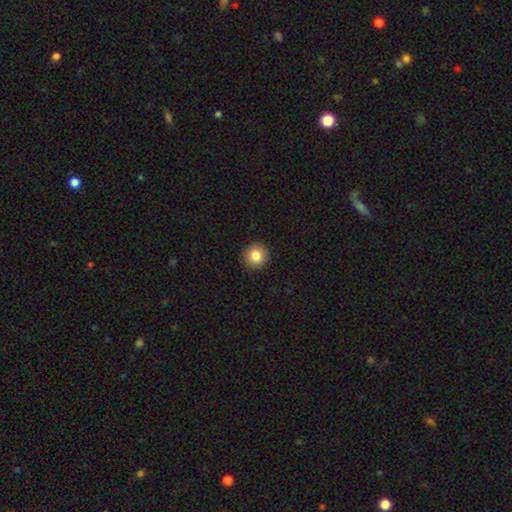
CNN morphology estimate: A smooth galaxy with no disk features (83%) that is round (93%). Merging: none (92%).